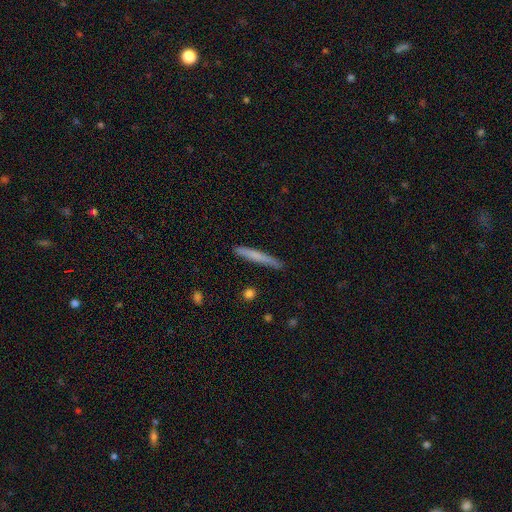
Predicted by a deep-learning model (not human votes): Q: Smooth or featured?
A: smooth (67%); runner-up: featured or disk (27%)
Q: How rounded?
A: cigar-shaped (96%); runner-up: in between (3%)
Q: Merging?
A: none (87%); runner-up: minor disturbance (10%)